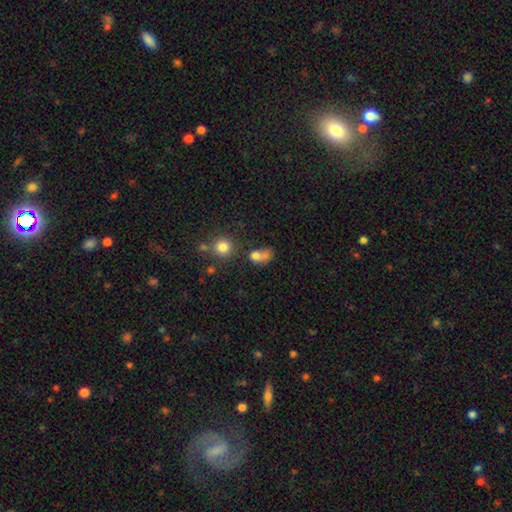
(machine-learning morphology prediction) Smooth or featured? Predicted: smooth (p=0.72). How rounded? Predicted: round (p=0.53). Merging? Predicted: merger (p=0.45).